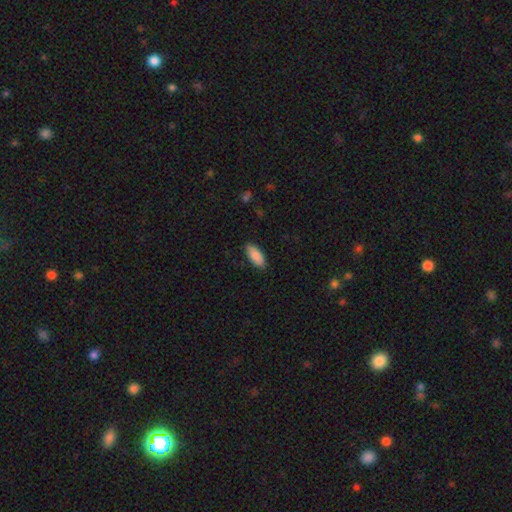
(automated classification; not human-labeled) This appears to be a smooth galaxy with no disk features (89%) that is in between round and cigar-shaped (80%). Merging: none (87%).